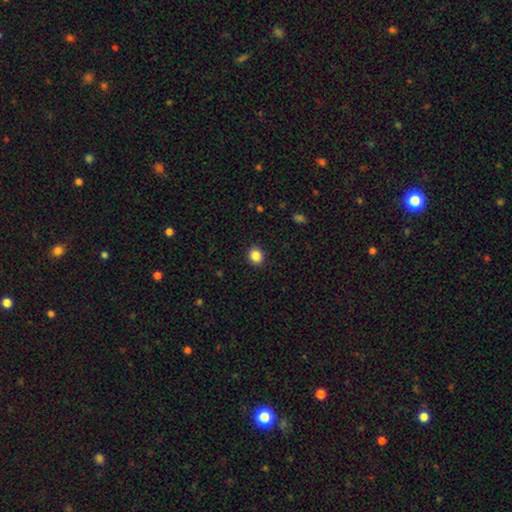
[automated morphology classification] This appears to be a smooth galaxy with no disk features (87%) that is round (63%). Merging: none (91%).